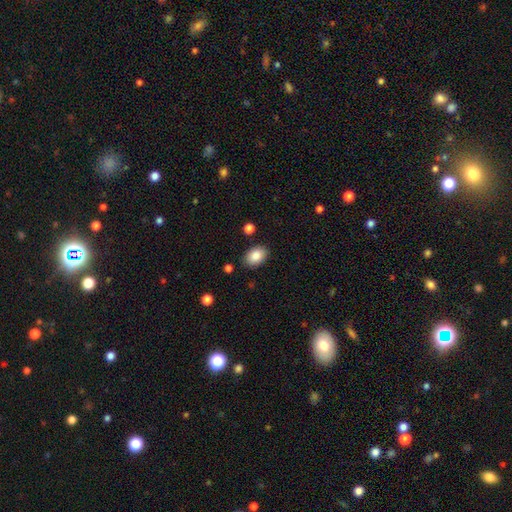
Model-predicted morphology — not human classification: Smooth or featured?
  - smooth: 87% *
  - star or artifact: 7%
  - featured or disk: 6%
How rounded?
  - in between: 83% *
  - round: 16%
  - cigar-shaped: 1%
Merging?
  - none: 86% *
  - minor disturbance: 10%
  - major disturbance: 2%
  - merger: 2%